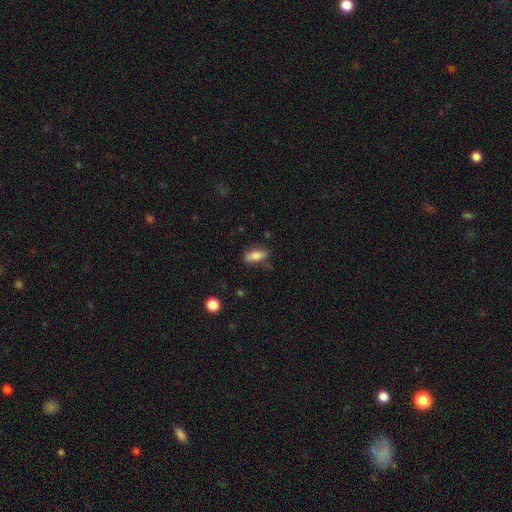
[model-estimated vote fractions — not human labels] Smooth or featured: smooth — 77% (featured or disk — 15%)
How rounded: in between — 74% (cigar-shaped — 23%)
Merging: none — 75% (minor disturbance — 18%)